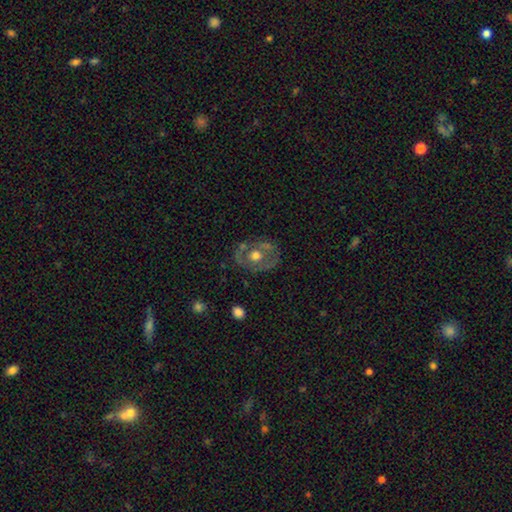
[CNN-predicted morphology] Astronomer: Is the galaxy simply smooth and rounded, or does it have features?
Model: featured or disk — 56% (runner-up: smooth, 37%).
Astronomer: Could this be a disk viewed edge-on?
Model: no — 95%.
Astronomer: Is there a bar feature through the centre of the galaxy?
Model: no — 88%.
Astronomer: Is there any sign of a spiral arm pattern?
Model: no — 79%.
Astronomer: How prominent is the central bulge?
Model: moderate — 70%.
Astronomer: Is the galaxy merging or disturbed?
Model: none — 68%.